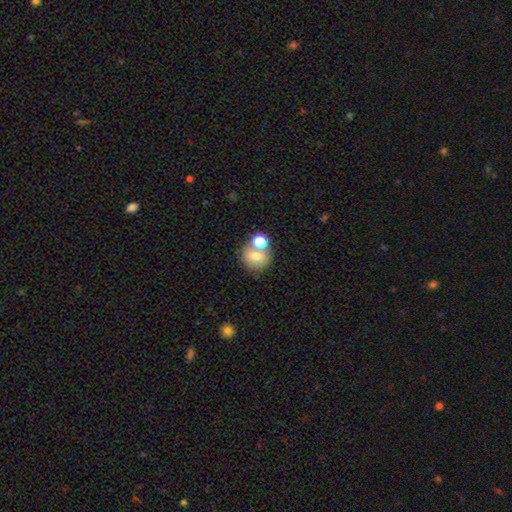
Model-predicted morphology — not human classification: The model was most divided on "merging": none: 49%, merger: 38%, minor disturbance: 10%, major disturbance: 4%. More confident: how rounded — round (81%); smooth or featured — smooth (72%).